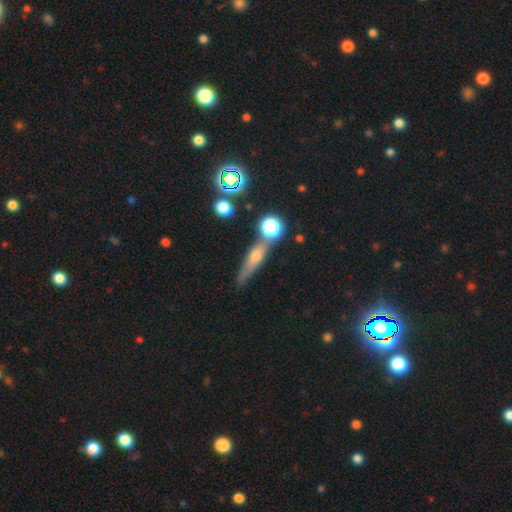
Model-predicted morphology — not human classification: smooth_or_featured: smooth (p=0.42) [tied with: featured or disk p=0.42]
merging: none (p=0.63) [alt: merger p=0.17]